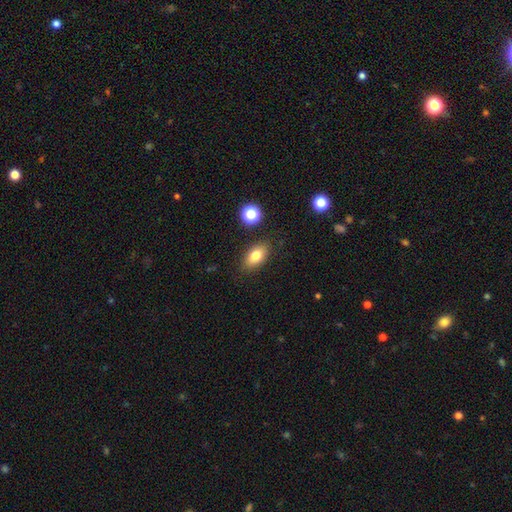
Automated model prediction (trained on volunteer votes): smooth 78%, featured or disk 13%, star or artifact 9%. Down the decision tree: how rounded — in between (87%); merging — none (85%).